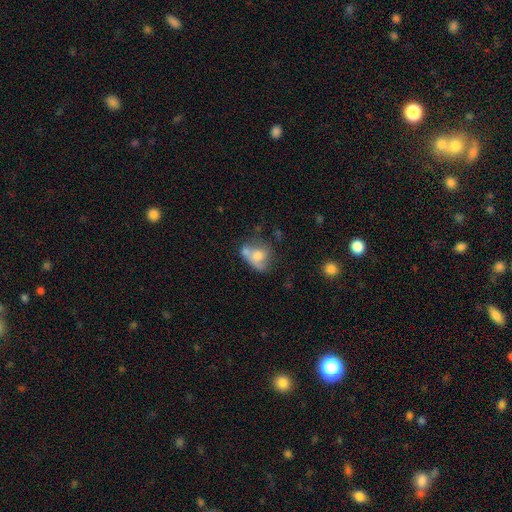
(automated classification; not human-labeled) Smooth or featured?
  - smooth: 60% *
  - featured or disk: 30%
  - star or artifact: 10%
How rounded?
  - in between: 56% *
  - round: 42%
  - cigar-shaped: 2%
Merging?
  - merger: 36% *
  - none: 26%
  - minor disturbance: 20%
  - major disturbance: 19%